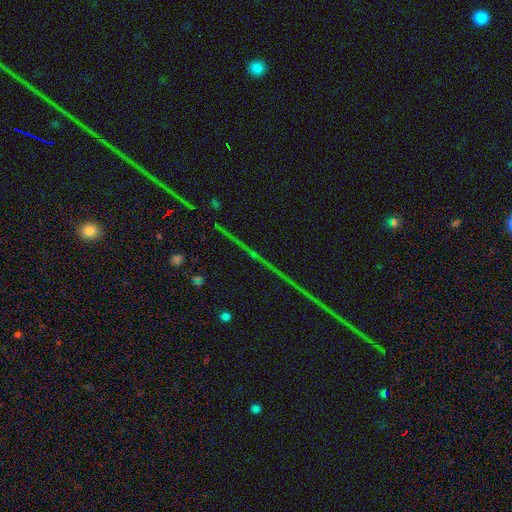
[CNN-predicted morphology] A star or artifact, not a galaxy (85%).

Vote fractions:
- Smooth or featured? star or artifact: 85% / featured or disk: 9% / smooth: 7%